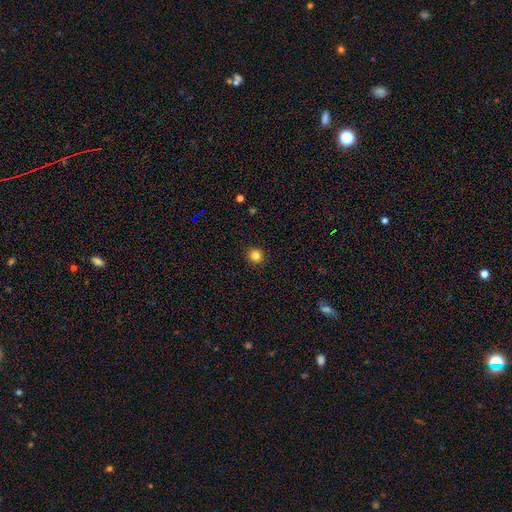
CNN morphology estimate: Smooth or featured?
  - smooth: 83% *
  - star or artifact: 12%
  - featured or disk: 5%
How rounded?
  - round: 93% *
  - in between: 6%
  - cigar-shaped: 1%
Merging?
  - none: 93% *
  - minor disturbance: 5%
  - major disturbance: 2%
  - merger: 1%